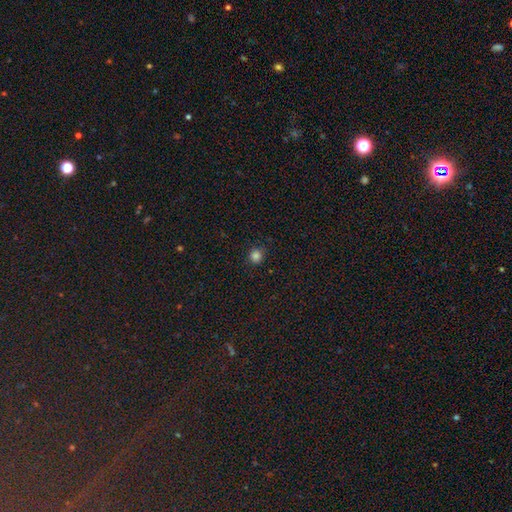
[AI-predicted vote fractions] Morphology: type=smooth (83%); roundness=round (90%); merging=none (87%).